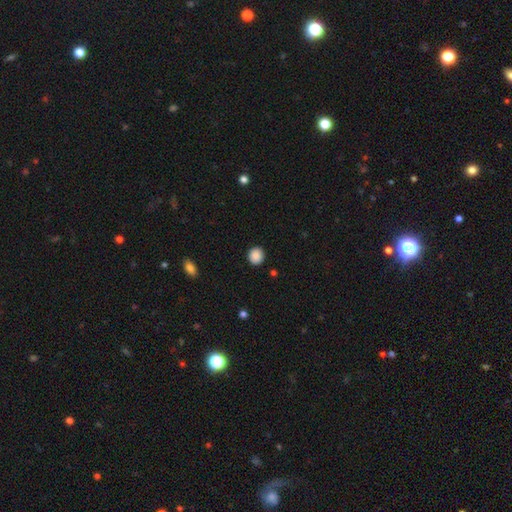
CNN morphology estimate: This appears to be a smooth galaxy with no disk features (89%) that is round (86%). Merging: none (90%).